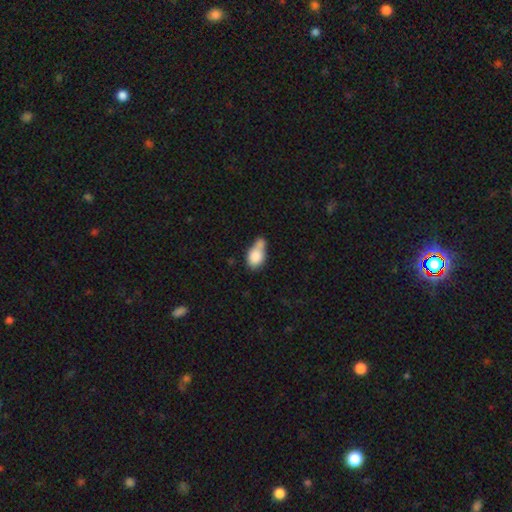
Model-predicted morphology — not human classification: Q: Smooth or featured?
A: smooth (81%); runner-up: featured or disk (11%)
Q: How rounded?
A: in between (79%); runner-up: round (18%)
Q: Merging?
A: merger (49%); runner-up: none (25%)